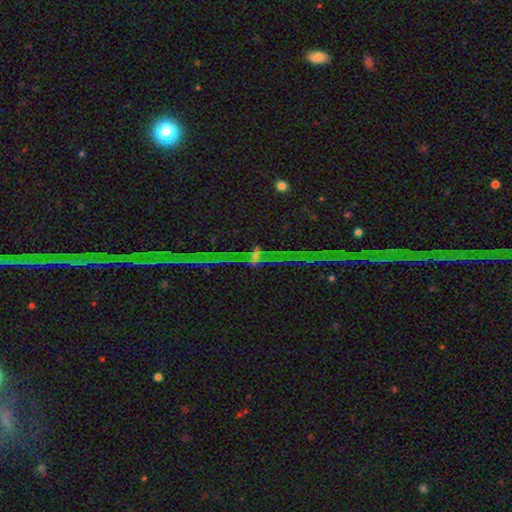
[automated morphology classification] A star or artifact, not a galaxy (43%).

Vote fractions:
- Smooth or featured? star or artifact: 43% / featured or disk: 38% / smooth: 19%